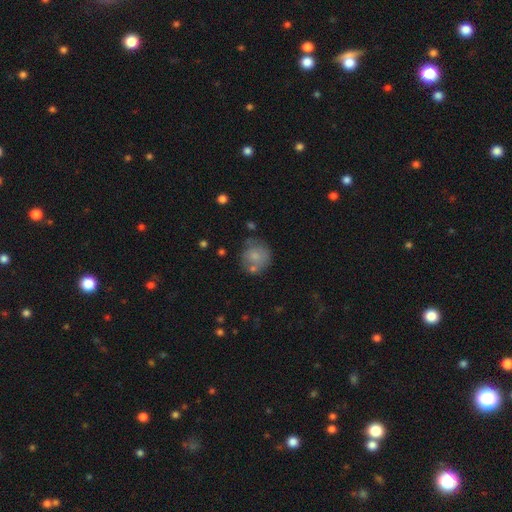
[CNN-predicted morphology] type=smooth (70%); roundness=round (85%); merging=none (57%).